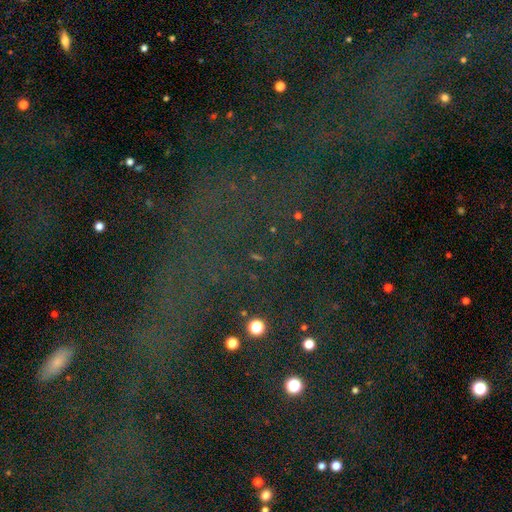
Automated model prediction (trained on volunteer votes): Morphology: type=star or artifact (80%).